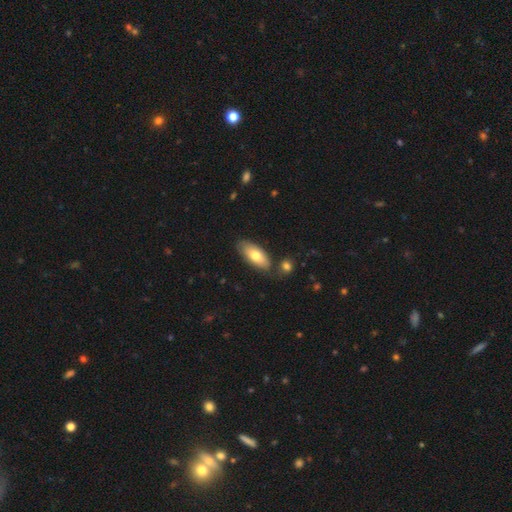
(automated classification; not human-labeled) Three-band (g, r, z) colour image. It shows a smooth galaxy with no disk features (69%) that is in between round and cigar-shaped (85%). Merging: none (76%).